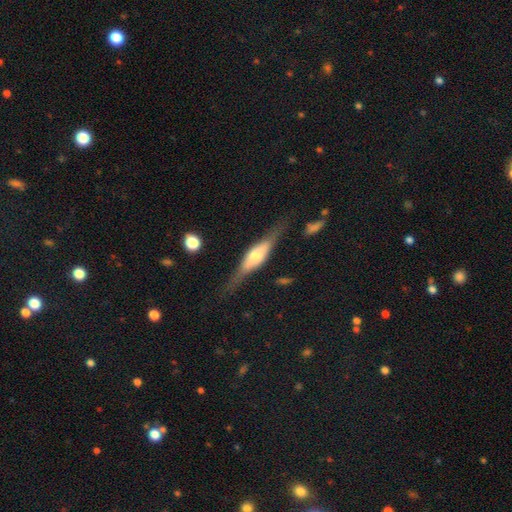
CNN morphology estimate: smooth-or-featured: featured or disk: 70% | smooth: 24% | star or artifact: 6%
  disk-edge-on: yes: 94% | no: 6%
    edge-on-bulge: rounded: 81% | boxy: 16% | none: 3%
  merging: none: 78% | minor disturbance: 14% | major disturbance: 5% | merger: 2%